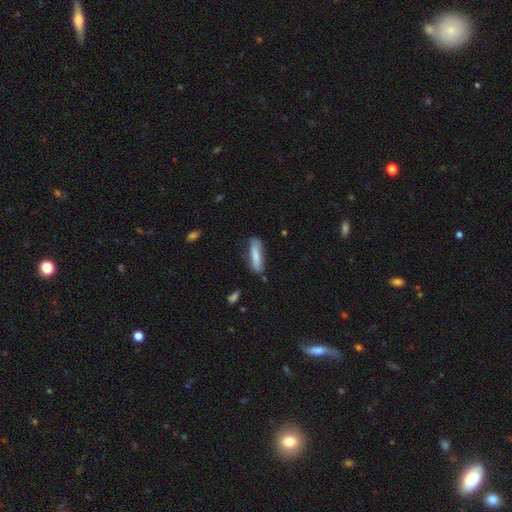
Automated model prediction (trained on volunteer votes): Morphology: type=smooth (75%); roundness=cigar-shaped (63%); merging=none (68%).